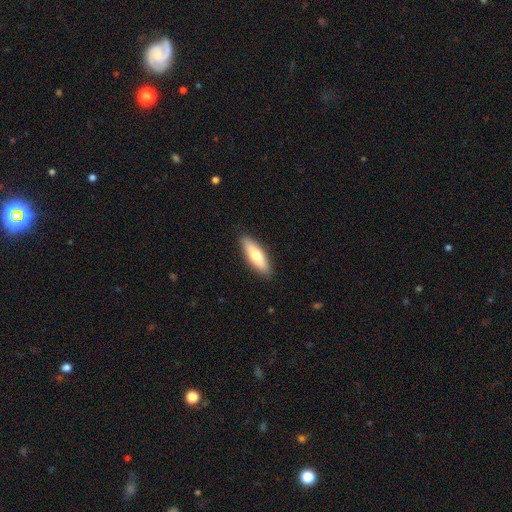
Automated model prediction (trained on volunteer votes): A smooth galaxy with no disk features (64%) that is cigar-shaped (52%). Merging: none (89%).